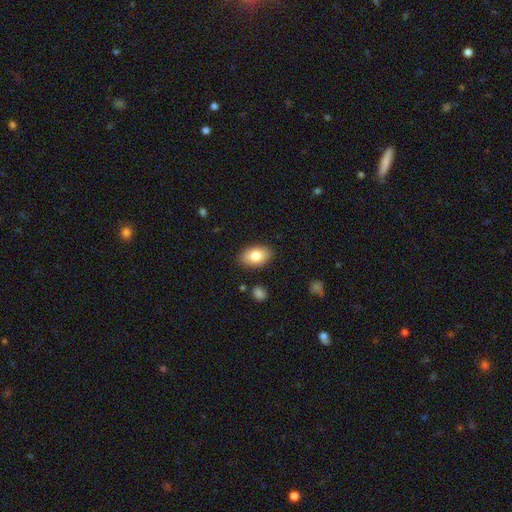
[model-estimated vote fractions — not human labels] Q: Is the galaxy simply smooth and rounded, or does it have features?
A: smooth — 81%.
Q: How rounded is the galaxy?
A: in between — 90%.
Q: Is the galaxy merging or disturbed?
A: none — 86%.